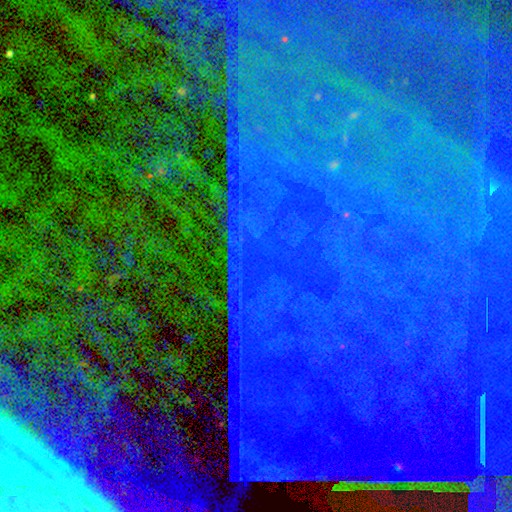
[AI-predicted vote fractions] Smooth or featured? star or artifact (86%)